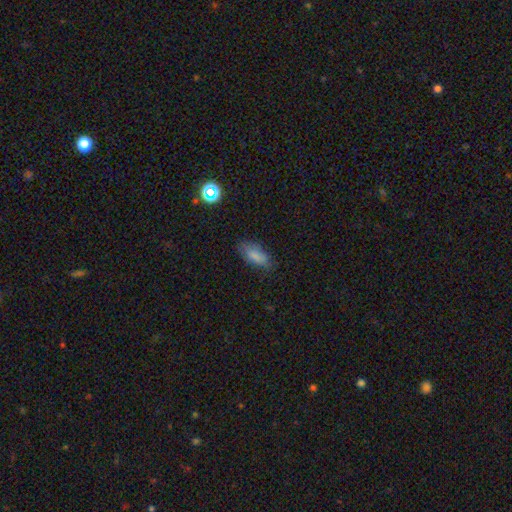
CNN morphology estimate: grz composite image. It shows a smooth galaxy with no disk features (82%) that is in between round and cigar-shaped (85%). Merging: none (74%).